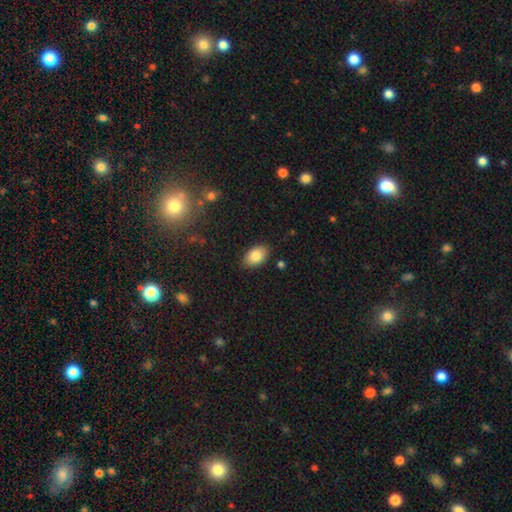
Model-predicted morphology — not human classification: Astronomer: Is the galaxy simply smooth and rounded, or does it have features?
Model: smooth — 85%.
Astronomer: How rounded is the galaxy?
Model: in between — 90%.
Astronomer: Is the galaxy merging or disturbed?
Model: none — 85%.